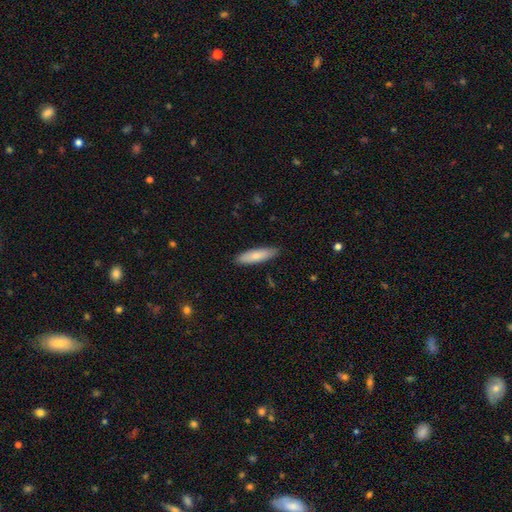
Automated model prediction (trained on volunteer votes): smooth-or-featured: smooth: 80% | featured or disk: 14% | star or artifact: 6%
  how-rounded: cigar-shaped: 70% | in between: 28% | round: 1%
  merging: none: 88% | minor disturbance: 9% | major disturbance: 2% | merger: 1%